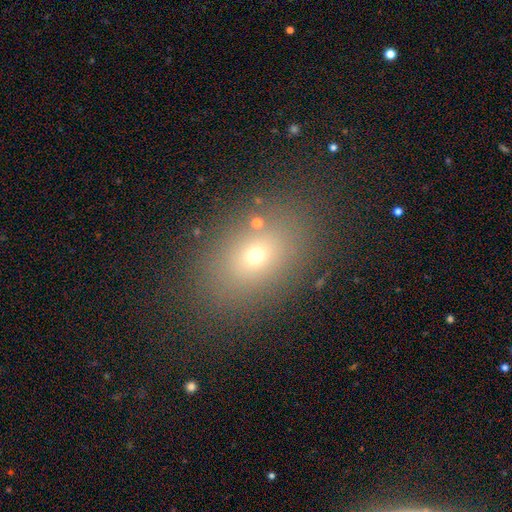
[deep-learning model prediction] A smooth galaxy with no disk features (64%) that is in between round and cigar-shaped (68%). Merging: none (81%).